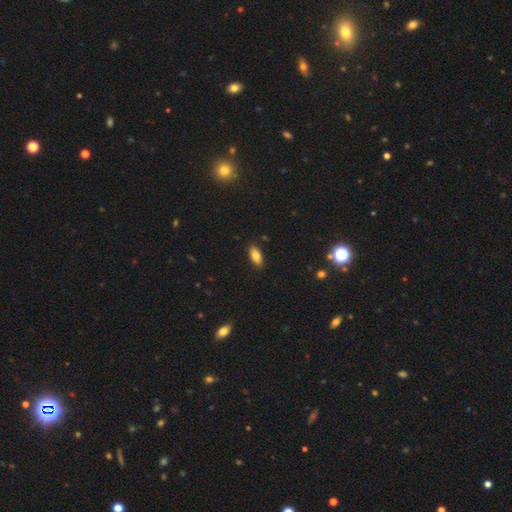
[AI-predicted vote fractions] A smooth galaxy with no disk features (78%) that is in between round and cigar-shaped (85%). Merging: none (88%).